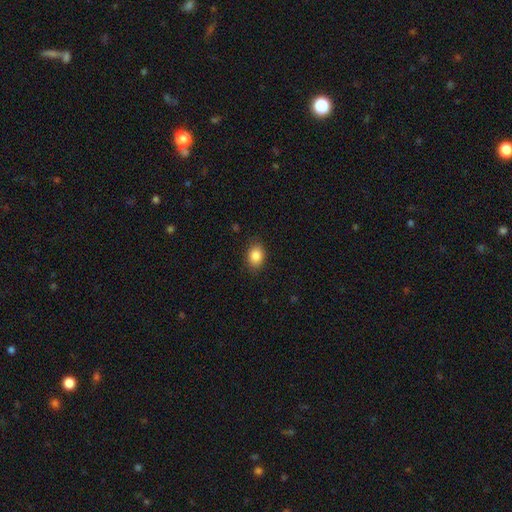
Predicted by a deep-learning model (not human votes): smooth-or-featured: smooth: 86% | star or artifact: 9% | featured or disk: 5%
  how-rounded: in between: 64% | round: 35% | cigar-shaped: 1%
  merging: none: 85% | minor disturbance: 11% | major disturbance: 3% | merger: 1%